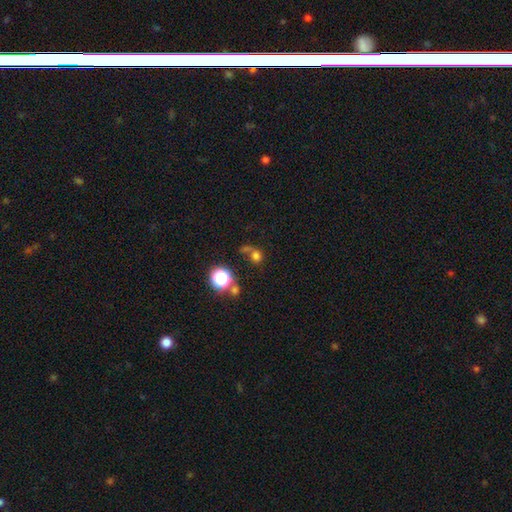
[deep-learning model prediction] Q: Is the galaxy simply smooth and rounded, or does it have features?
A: smooth — 70%.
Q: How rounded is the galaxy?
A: round — 81%.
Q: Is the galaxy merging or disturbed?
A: none — 47%.